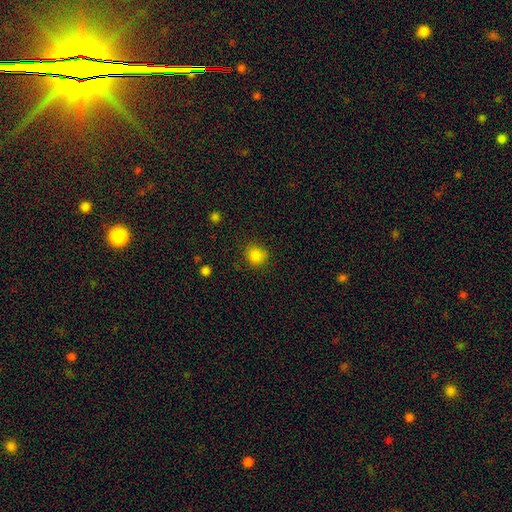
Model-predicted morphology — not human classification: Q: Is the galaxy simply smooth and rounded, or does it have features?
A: smooth — 84%.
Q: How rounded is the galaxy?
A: round — 88%.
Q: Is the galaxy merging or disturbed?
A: none — 86%.